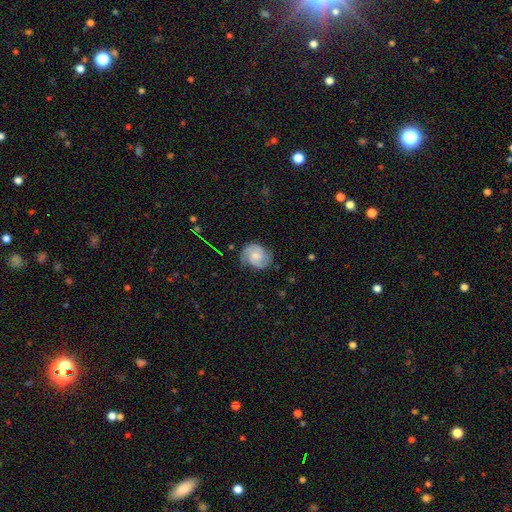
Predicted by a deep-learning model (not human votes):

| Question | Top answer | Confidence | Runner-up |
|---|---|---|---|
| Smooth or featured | featured or disk | 65% | smooth (27%) |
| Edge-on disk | no | 98% | yes (2%) |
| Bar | no | 68% | weak (28%) |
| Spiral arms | yes | 93% | no (7%) |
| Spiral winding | tight | 45% | medium (42%) |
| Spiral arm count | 2 | 72% | can't tell (13%) |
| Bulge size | small | 49% | moderate (37%) |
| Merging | none | 69% | minor disturbance (22%) |